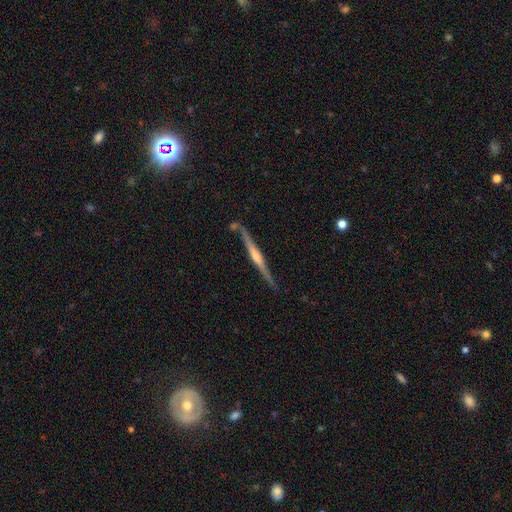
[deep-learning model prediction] A featured or disk galaxy (73%) viewed edge-on (98%) with a rounded central bulge (59%).

Vote fractions:
- Smooth or featured? featured or disk: 73% / smooth: 22% / star or artifact: 6%
- Edge-on disk? yes: 98% / no: 2%
- Edge-on bulge? rounded: 59% / none: 25% / boxy: 16%
- Merging? none: 81% / minor disturbance: 12% / merger: 4% / major disturbance: 2%